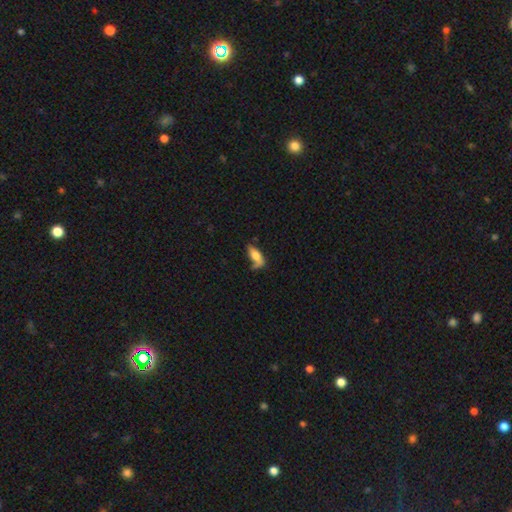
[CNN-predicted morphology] Overall: smooth (63%; featured or disk 28%). How rounded: in between (75%). Merging: none (37%; minor disturbance 23%).